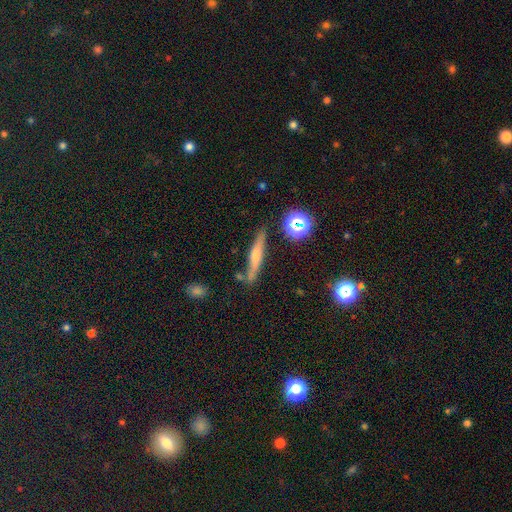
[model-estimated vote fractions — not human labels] smooth_or_featured: featured or disk (p=0.53) [alt: smooth p=0.35]
disk_edge_on: yes (p=0.91) [alt: no p=0.09]
merging: none (p=0.77) [alt: minor disturbance p=0.14]